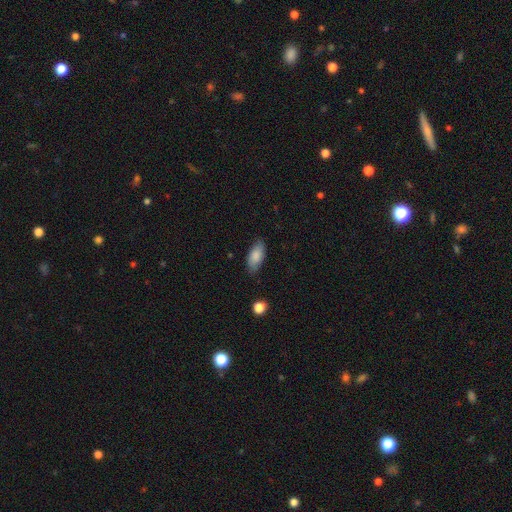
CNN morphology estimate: The model was most divided on "merging": none: 80%, minor disturbance: 16%, major disturbance: 3%, merger: 1%. More confident: how rounded — in between (88%); smooth or featured — smooth (83%).